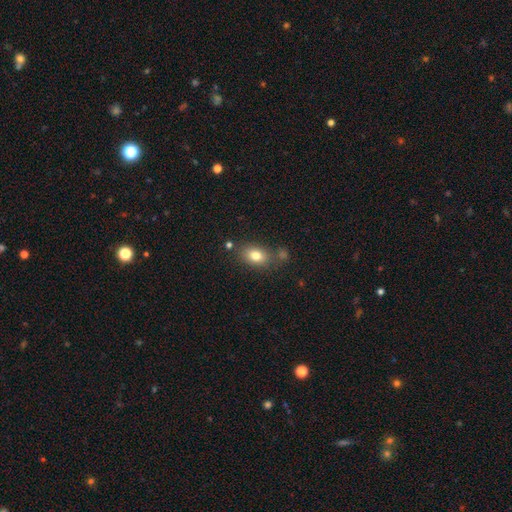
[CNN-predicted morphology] smooth-or-featured: smooth: 79% | featured or disk: 11% | star or artifact: 10%
  how-rounded: in between: 77% | round: 21% | cigar-shaped: 2%
  merging: none: 69% | minor disturbance: 15% | merger: 11% | major disturbance: 5%